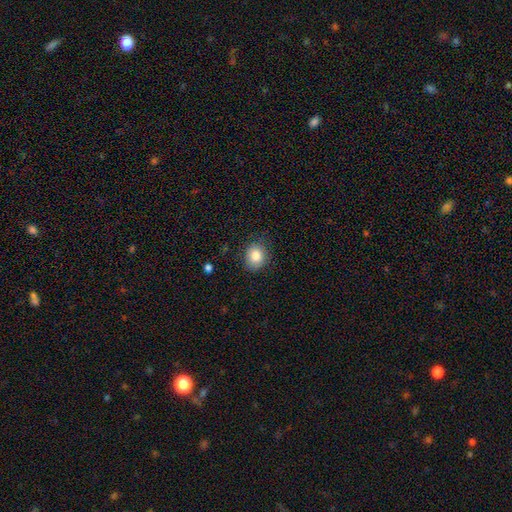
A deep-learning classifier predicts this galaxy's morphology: Q: Smooth or featured?
A: smooth (84%); runner-up: star or artifact (9%)
Q: How rounded?
A: round (60%); runner-up: in between (39%)
Q: Merging?
A: none (80%); runner-up: minor disturbance (15%)